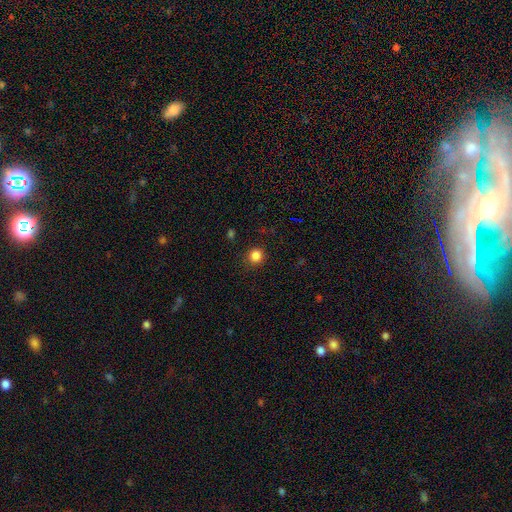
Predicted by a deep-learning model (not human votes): This is clearly a smooth galaxy (85%). How rounded: clearly round (91%). Merging: clearly none (88%).